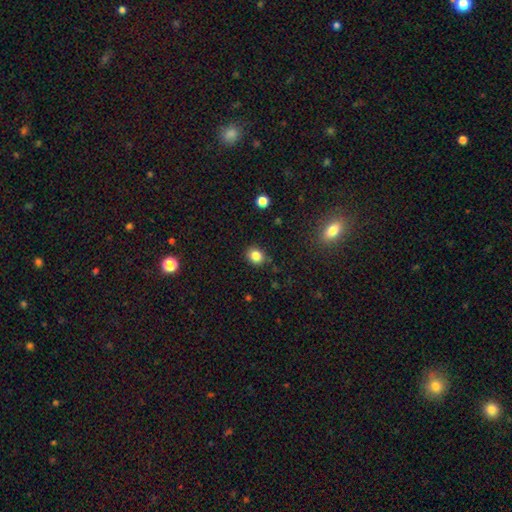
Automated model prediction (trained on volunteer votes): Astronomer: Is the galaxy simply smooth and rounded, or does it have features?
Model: smooth — 83%.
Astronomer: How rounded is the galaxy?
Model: round — 71%.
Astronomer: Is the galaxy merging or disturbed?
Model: none — 86%.